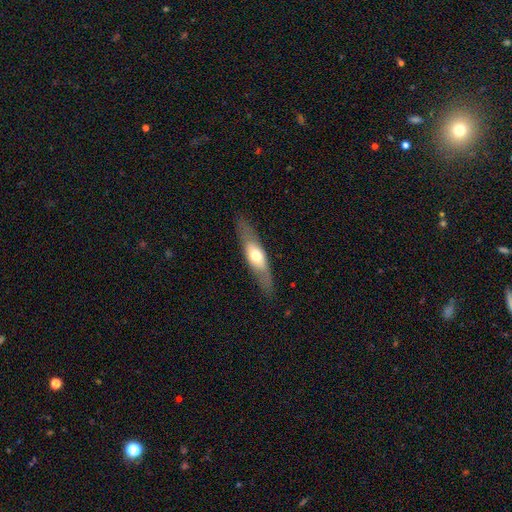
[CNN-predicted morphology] smooth-or-featured: featured or disk: 48% | smooth: 46% | star or artifact: 6%
  merging: none: 82% | minor disturbance: 13% | major disturbance: 5% | merger: 1%